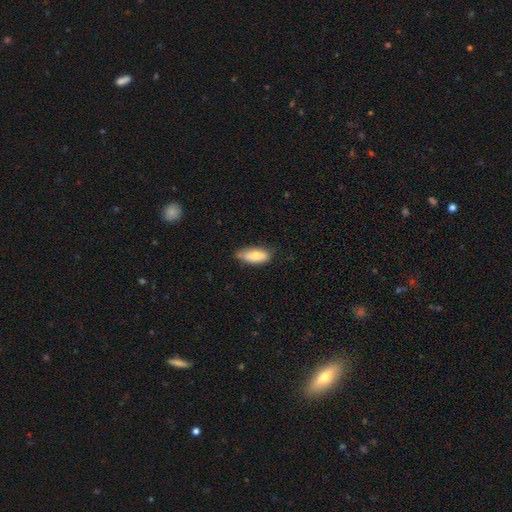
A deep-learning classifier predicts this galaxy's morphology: smooth-or-featured: smooth: 79% | featured or disk: 15% | star or artifact: 6%
  how-rounded: in between: 80% | cigar-shaped: 18% | round: 2%
  merging: none: 66% | minor disturbance: 28% | major disturbance: 4% | merger: 2%